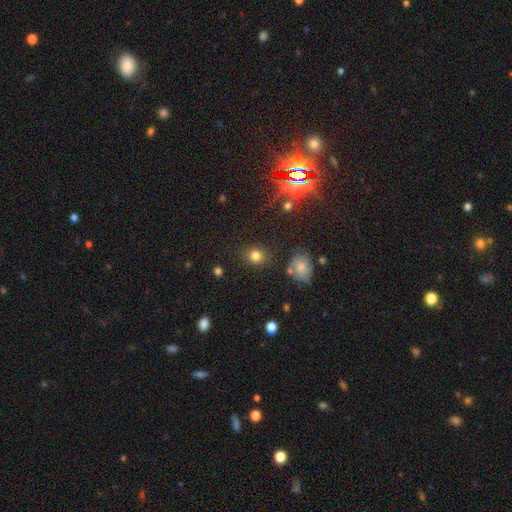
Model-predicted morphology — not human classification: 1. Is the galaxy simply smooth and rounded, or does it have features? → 79% smooth, 15% star or artifact, 6% featured or disk.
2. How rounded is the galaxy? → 82% round, 17% in between, 1% cigar-shaped.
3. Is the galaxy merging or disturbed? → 84% none, 9% minor disturbance, 3% merger, 3% major disturbance.